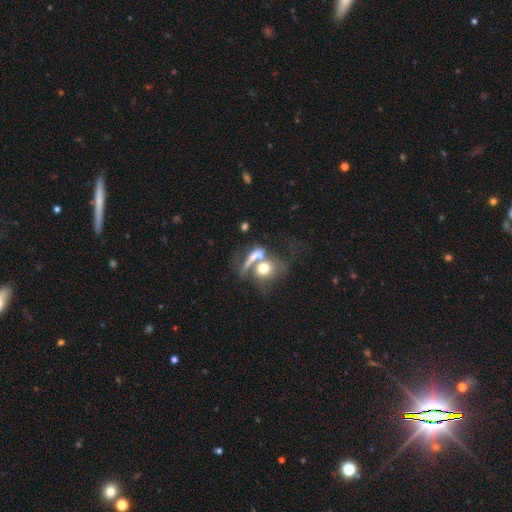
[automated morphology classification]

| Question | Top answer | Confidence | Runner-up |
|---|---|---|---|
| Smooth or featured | smooth | 58% | featured or disk (30%) |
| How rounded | round | 47% | in between (40%) |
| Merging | merger | 57% | none (20%) |